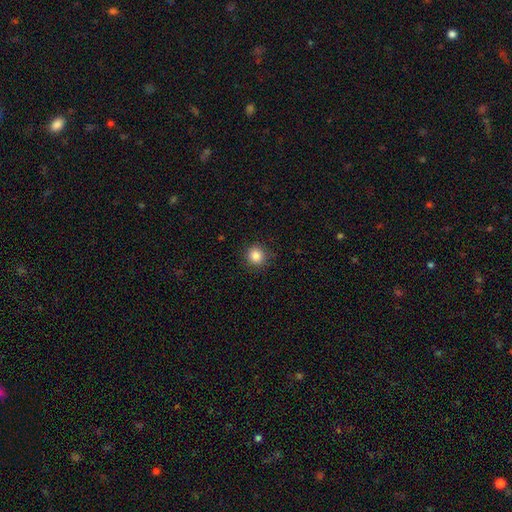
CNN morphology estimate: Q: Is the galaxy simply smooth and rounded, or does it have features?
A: smooth — 85%.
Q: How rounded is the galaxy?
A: round — 90%.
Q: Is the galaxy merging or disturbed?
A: none — 89%.